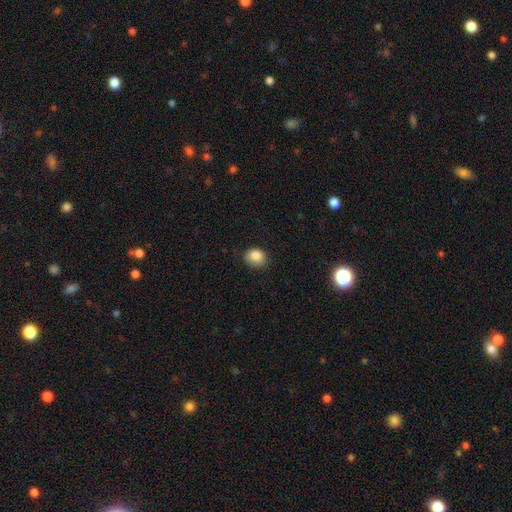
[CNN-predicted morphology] smooth 86%, star or artifact 9%, featured or disk 5%. Down the decision tree: how rounded — in between (50%); merging — none (79%).